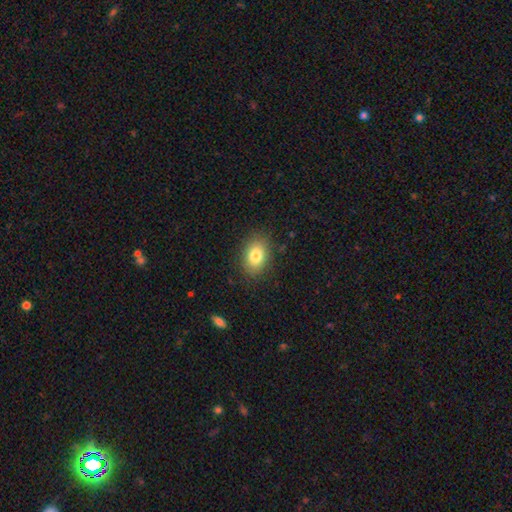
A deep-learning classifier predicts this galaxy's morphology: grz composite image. It shows a smooth galaxy with no disk features (81%) that is in between round and cigar-shaped (77%). Merging: none (86%).